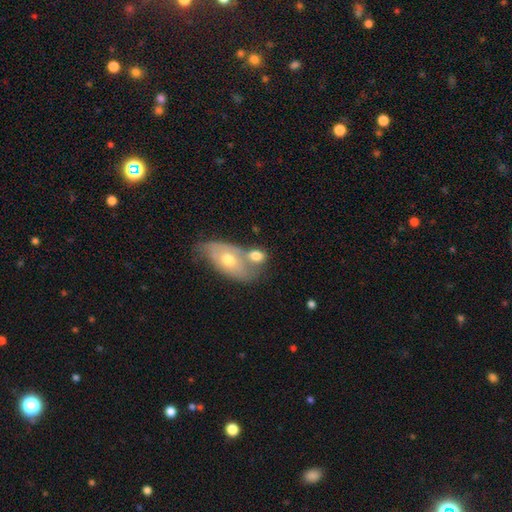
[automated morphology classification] Smooth or featured? Predicted: smooth (p=0.67). How rounded? Predicted: in between (p=0.74). Merging? Predicted: merger (p=0.50).